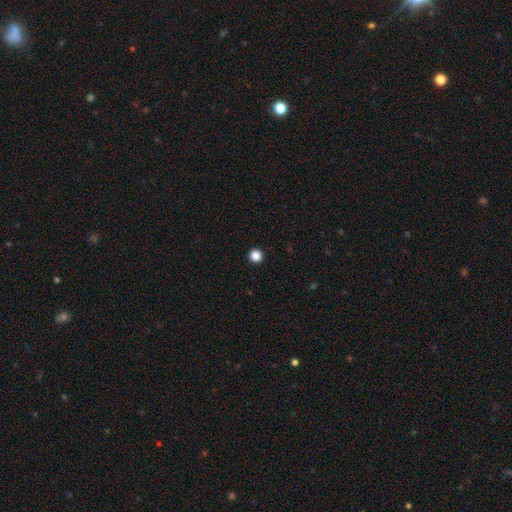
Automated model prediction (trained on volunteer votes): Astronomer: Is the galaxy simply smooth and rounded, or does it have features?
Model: smooth — 86%.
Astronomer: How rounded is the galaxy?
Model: round — 96%.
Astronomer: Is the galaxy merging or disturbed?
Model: none — 94%.